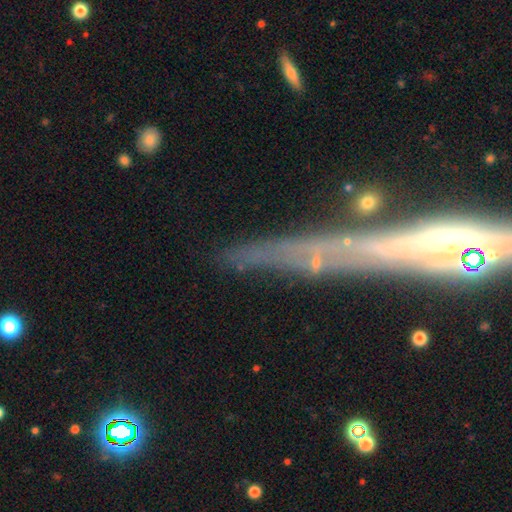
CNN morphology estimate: Q: Smooth or featured?
A: featured or disk (46%); runner-up: smooth (32%)
Q: Merging?
A: none (70%); runner-up: minor disturbance (15%)